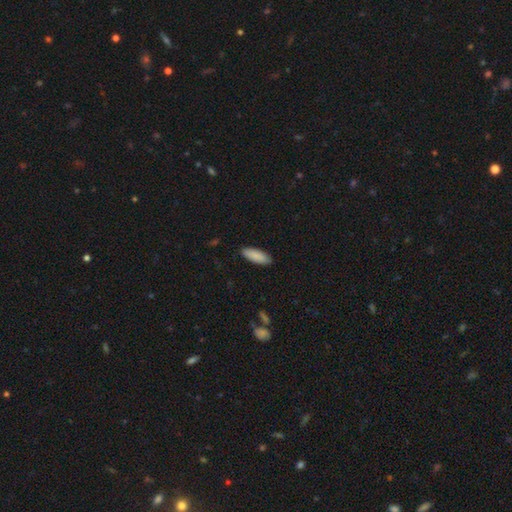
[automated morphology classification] Smooth or featured?
  - smooth: 90% *
  - star or artifact: 5%
  - featured or disk: 5%
How rounded?
  - in between: 66% *
  - cigar-shaped: 33%
  - round: 1%
Merging?
  - none: 89% *
  - minor disturbance: 8%
  - major disturbance: 2%
  - merger: 1%